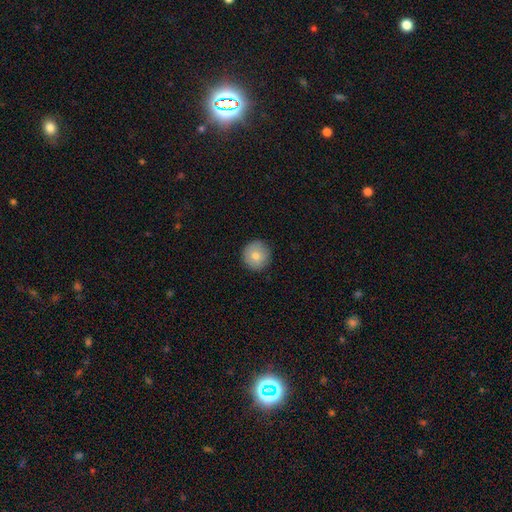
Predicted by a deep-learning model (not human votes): Overall: smooth (80%). How rounded: round (96%). Merging: none (90%).